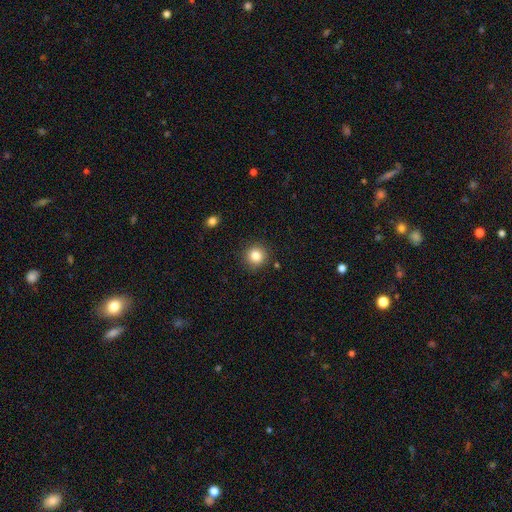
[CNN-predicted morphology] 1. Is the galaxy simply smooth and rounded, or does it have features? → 84% smooth, 11% star or artifact, 5% featured or disk.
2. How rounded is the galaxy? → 92% round, 7% in between, 1% cigar-shaped.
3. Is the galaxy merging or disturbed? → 89% none, 7% minor disturbance, 2% major disturbance, 2% merger.